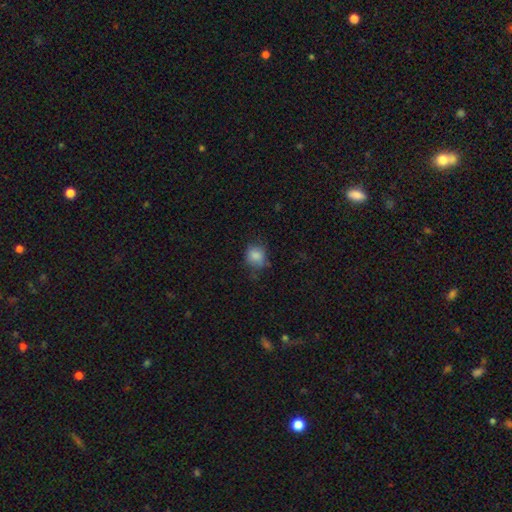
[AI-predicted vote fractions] Overall: smooth (82%). How rounded: round (70%). Merging: none (64%; minor disturbance 25%).